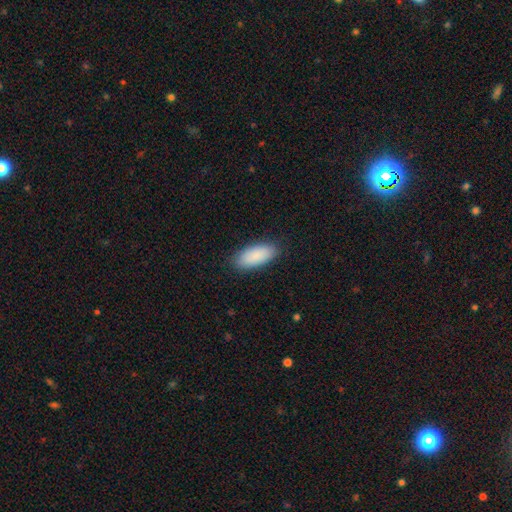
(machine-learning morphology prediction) type=smooth (90%); roundness=in between (87%); merging=none (87%).